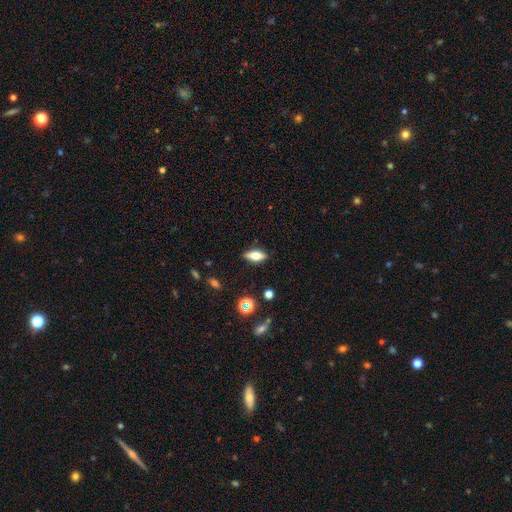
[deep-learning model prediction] Smooth or featured?
  - smooth: 55% *
  - featured or disk: 35%
  - star or artifact: 11%
How rounded?
  - in between: 70% *
  - cigar-shaped: 26%
  - round: 4%
Merging?
  - none: 84% *
  - minor disturbance: 11%
  - major disturbance: 3%
  - merger: 2%